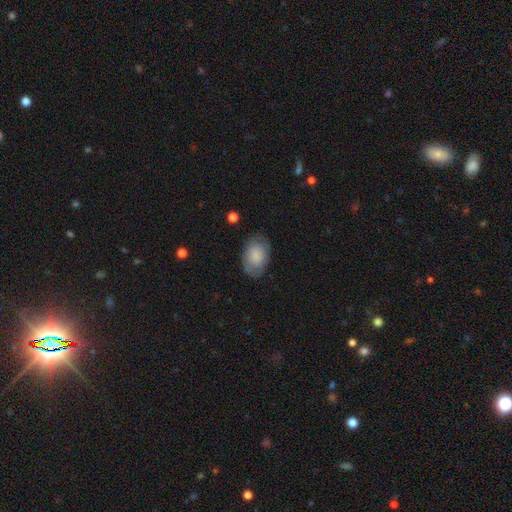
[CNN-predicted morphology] type=smooth (73%); roundness=in between (88%); merging=none (76%).